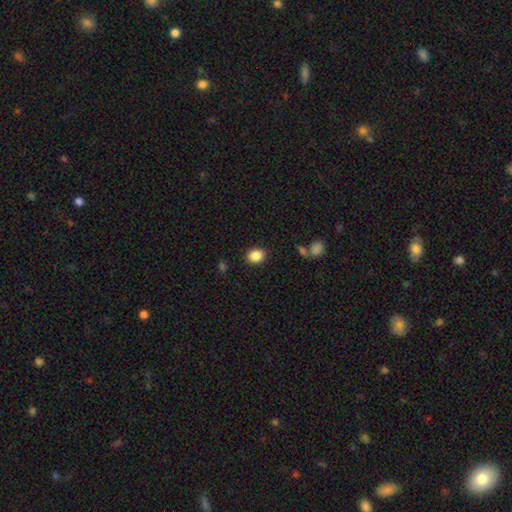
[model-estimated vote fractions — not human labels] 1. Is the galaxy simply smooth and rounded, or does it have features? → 87% smooth, 9% star or artifact, 4% featured or disk.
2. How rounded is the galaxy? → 50% round, 49% in between, 1% cigar-shaped.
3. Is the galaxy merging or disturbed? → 87% none, 8% minor disturbance, 3% major disturbance, 2% merger.